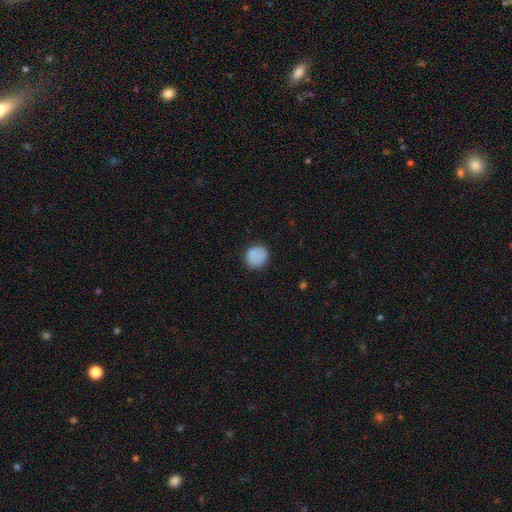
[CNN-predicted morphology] Smooth or featured: smooth — 86% (star or artifact — 9%)
How rounded: round — 91% (in between — 8%)
Merging: none — 86% (minor disturbance — 10%)